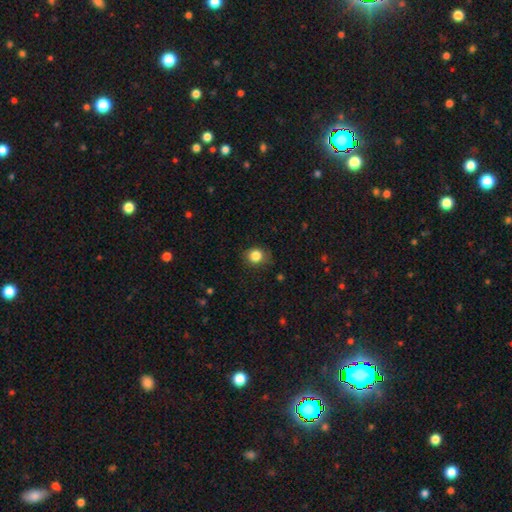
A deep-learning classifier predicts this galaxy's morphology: Q: Smooth or featured?
A: smooth (84%); runner-up: star or artifact (10%)
Q: How rounded?
A: round (77%); runner-up: in between (22%)
Q: Merging?
A: none (78%); runner-up: minor disturbance (16%)